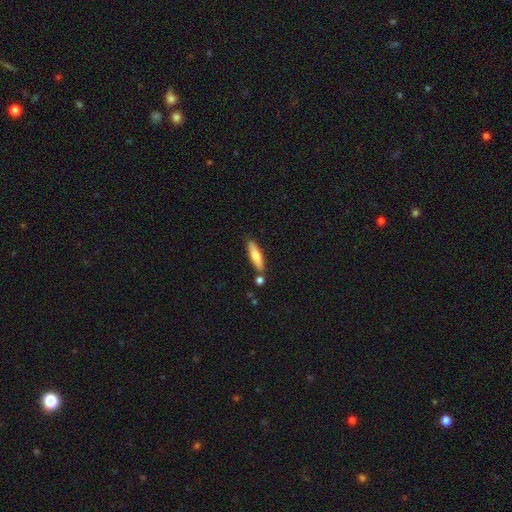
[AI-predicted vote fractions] This appears to be a smooth galaxy with no disk features (68%) that is cigar-shaped (71%). Merging: none (79%).